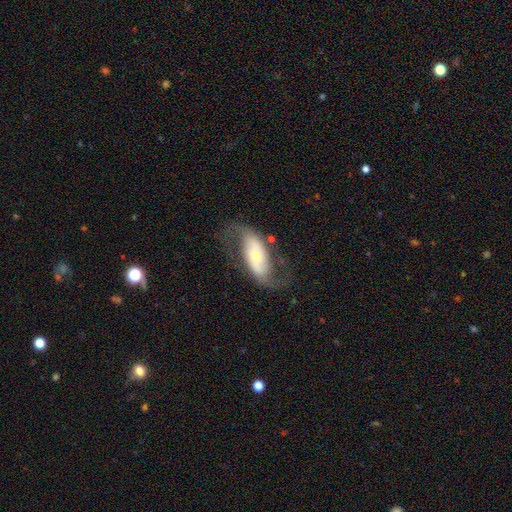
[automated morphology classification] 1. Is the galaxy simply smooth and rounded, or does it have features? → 75% featured or disk, 19% smooth, 6% star or artifact.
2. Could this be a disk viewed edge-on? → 92% no, 8% yes.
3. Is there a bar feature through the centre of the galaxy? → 44% no, 30% strong, 26% weak.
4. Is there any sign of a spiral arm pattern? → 87% yes, 13% no.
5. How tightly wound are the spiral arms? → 56% loose, 34% medium, 11% tight.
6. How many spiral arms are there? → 89% 2, 6% can't tell, 3% 1, 1% 3, 1% 4, 1% more than 4.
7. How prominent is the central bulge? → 51% small, 40% moderate, 5% large, 2% dominant, 1% none.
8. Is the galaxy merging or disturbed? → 65% none, 17% minor disturbance, 16% major disturbance, 2% merger.